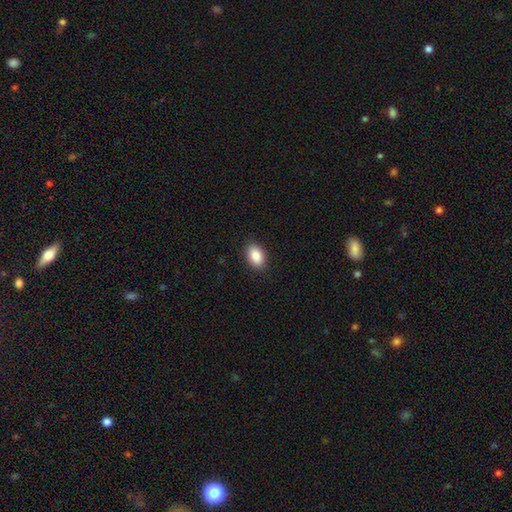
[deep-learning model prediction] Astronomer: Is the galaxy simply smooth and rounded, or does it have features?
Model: smooth — 88%.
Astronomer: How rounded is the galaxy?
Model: in between — 89%.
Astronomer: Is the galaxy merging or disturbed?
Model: none — 90%.